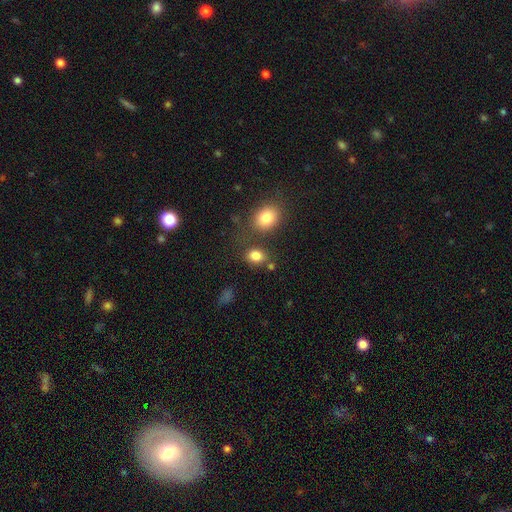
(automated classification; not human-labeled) This appears to be a smooth galaxy with no disk features (82%) that is in between round and cigar-shaped (66%). Merging: none (68%).